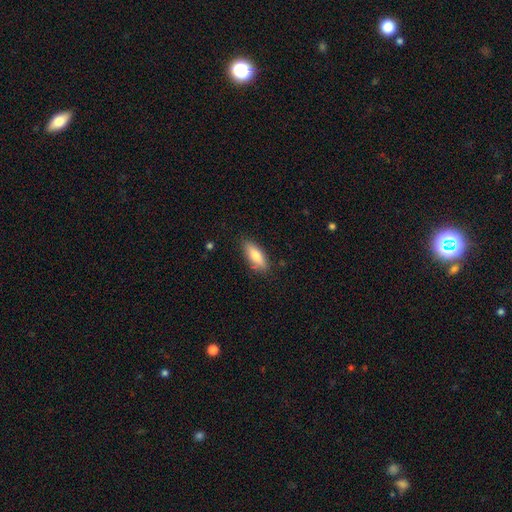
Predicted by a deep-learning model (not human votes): smooth-or-featured: smooth: 78% | featured or disk: 16% | star or artifact: 6%
  how-rounded: in between: 68% | cigar-shaped: 30% | round: 2%
  merging: none: 81% | minor disturbance: 15% | major disturbance: 3% | merger: 1%